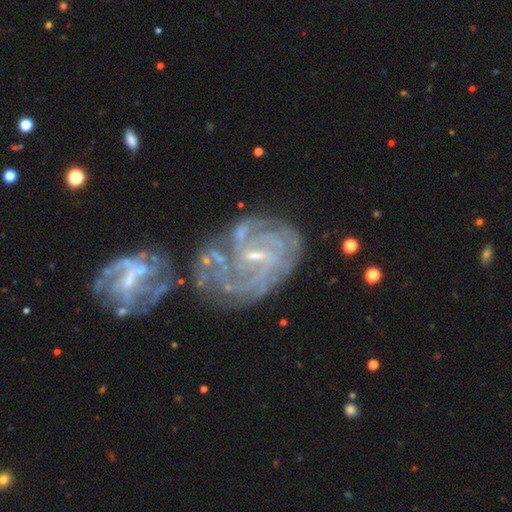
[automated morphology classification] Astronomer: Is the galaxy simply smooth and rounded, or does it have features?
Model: featured or disk — 85%.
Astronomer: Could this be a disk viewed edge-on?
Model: no — 97%.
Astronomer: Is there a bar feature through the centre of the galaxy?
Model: weak — 55%.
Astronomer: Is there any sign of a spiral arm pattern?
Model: yes — 90%.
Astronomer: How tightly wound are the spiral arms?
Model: tight — 61%.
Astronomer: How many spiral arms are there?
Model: can't tell — 43%.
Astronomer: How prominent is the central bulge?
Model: small — 64%.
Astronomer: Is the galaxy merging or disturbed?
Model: none — 39% (runner-up: merger, 27%).